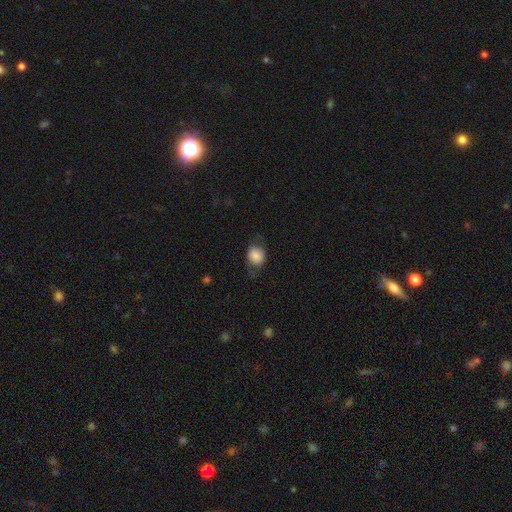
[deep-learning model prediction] The model was most divided on "how rounded": round: 53%, in between: 45%, cigar-shaped: 1%. More confident: smooth or featured — smooth (78%); merging — none (64%).